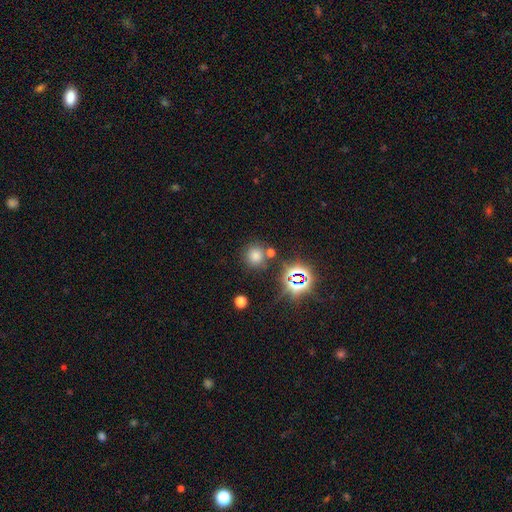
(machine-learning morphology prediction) smooth 68%, star or artifact 25%, featured or disk 7%. Down the decision tree: how rounded — round (91%); merging — none (76%).